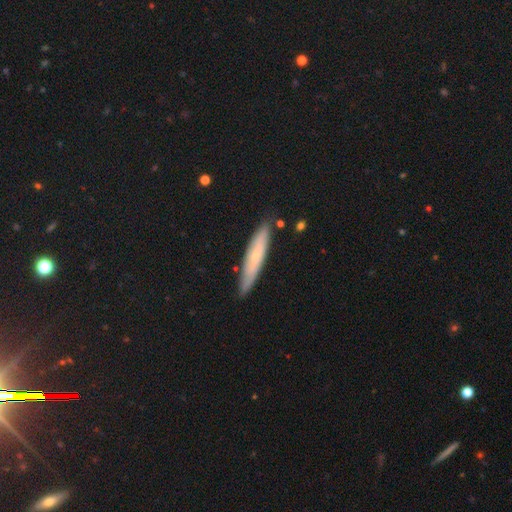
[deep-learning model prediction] This appears to be a smooth galaxy with no disk features (55%) that is cigar-shaped (89%). Merging: none (83%).